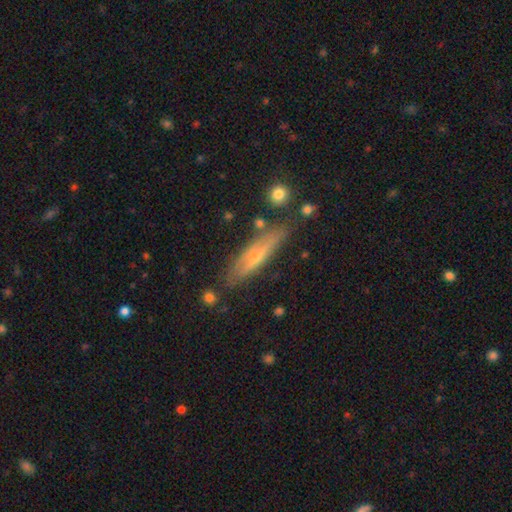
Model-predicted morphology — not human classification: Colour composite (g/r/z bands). It shows a featured or disk galaxy (55%) viewed edge-on (86%). Merging: none (80%).